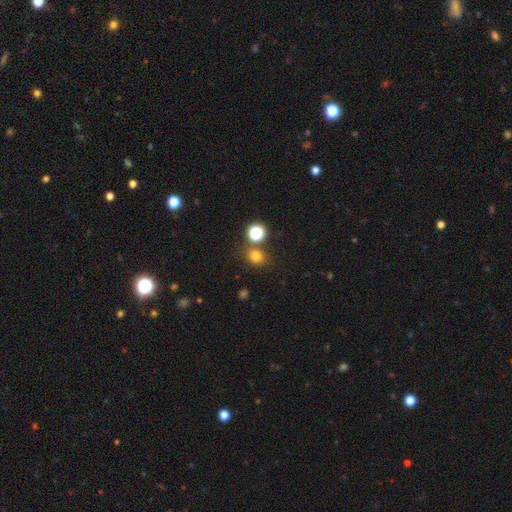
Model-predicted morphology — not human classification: This is likely a smooth galaxy (74%). How rounded: likely round (69%). Merging: likely none (74%).